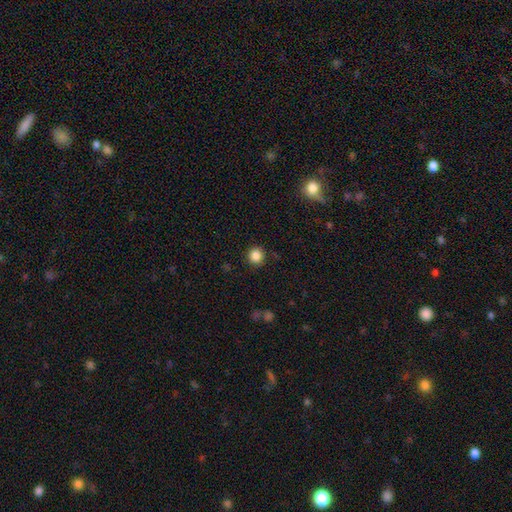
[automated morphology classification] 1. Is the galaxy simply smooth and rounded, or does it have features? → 86% smooth, 11% star or artifact, 3% featured or disk.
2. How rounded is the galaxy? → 94% round, 5% in between, 1% cigar-shaped.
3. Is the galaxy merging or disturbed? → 90% none, 6% minor disturbance, 2% major disturbance, 1% merger.